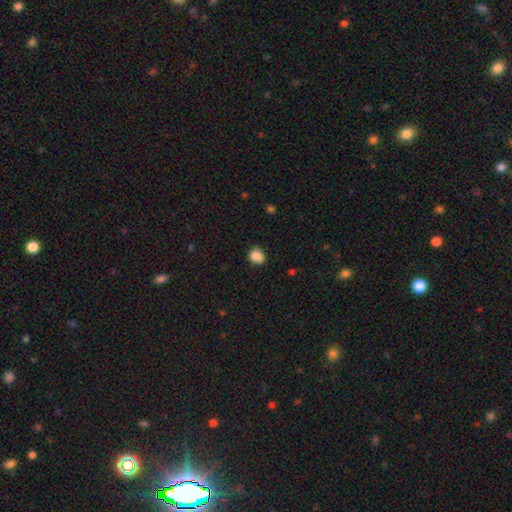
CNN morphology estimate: The model was most divided on "how rounded": round: 71%, in between: 28%, cigar-shaped: 1%. More confident: smooth or featured — smooth (86%); merging — none (73%).